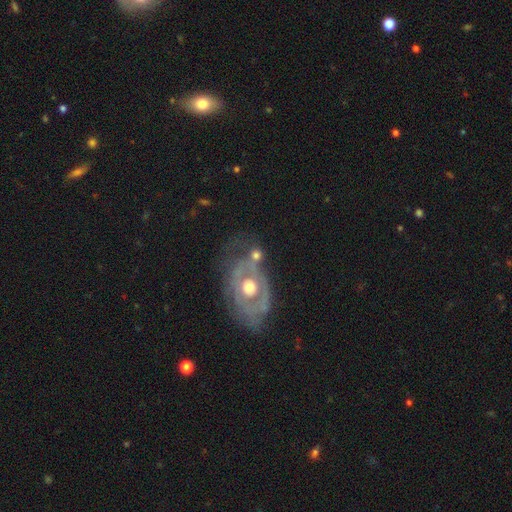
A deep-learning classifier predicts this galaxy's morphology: smooth_or_featured: featured or disk (p=0.52) [alt: smooth p=0.40]
disk_edge_on: no (p=0.93) [alt: yes p=0.07]
merging: none (p=0.41) [alt: merger p=0.25]